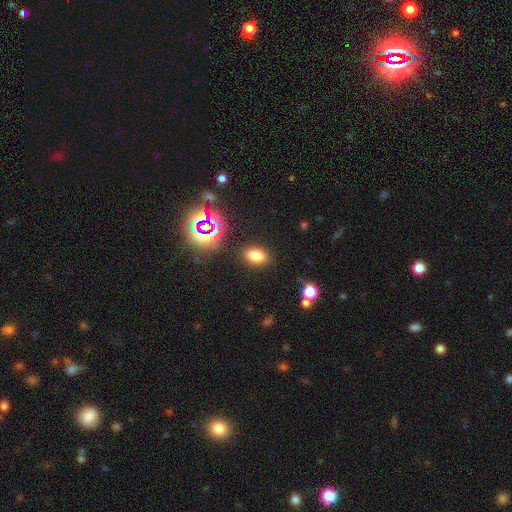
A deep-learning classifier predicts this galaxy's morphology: Smooth or featured?
  - smooth: 74% *
  - star or artifact: 19%
  - featured or disk: 8%
How rounded?
  - in between: 86% *
  - round: 11%
  - cigar-shaped: 3%
Merging?
  - none: 87% *
  - minor disturbance: 8%
  - major disturbance: 3%
  - merger: 2%